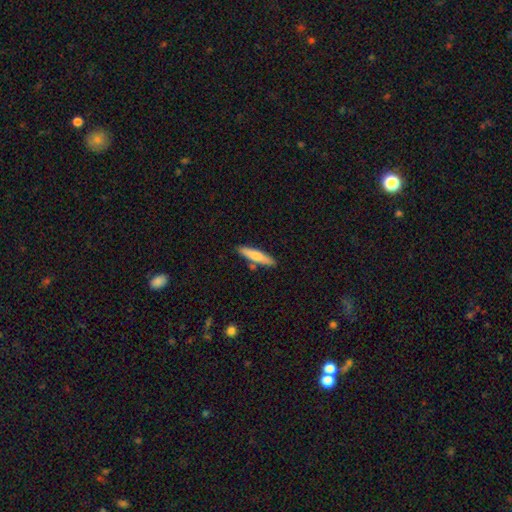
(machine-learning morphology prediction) Smooth or featured?
  - smooth: 73% *
  - featured or disk: 22%
  - star or artifact: 5%
How rounded?
  - cigar-shaped: 85% *
  - in between: 13%
  - round: 1%
Merging?
  - none: 83% *
  - minor disturbance: 10%
  - merger: 5%
  - major disturbance: 2%